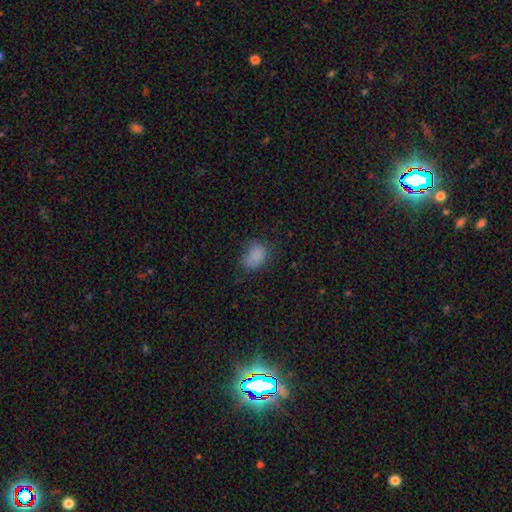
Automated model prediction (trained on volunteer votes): A smooth galaxy with no disk features (83%) that is in between round and cigar-shaped (73%). Merging: none (67%).